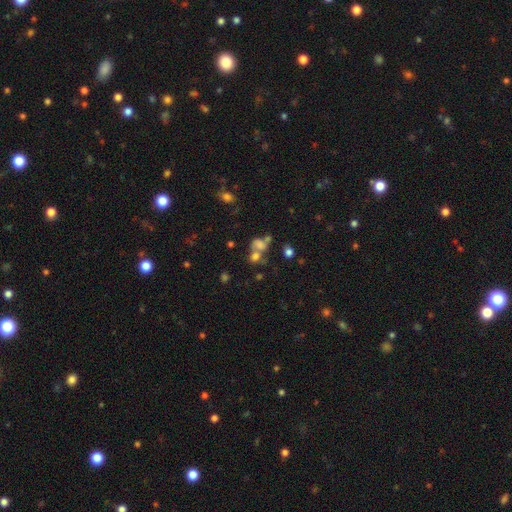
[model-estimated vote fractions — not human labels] Morphology: type=smooth (62%); roundness=in between (50%); merging=merger (45%).